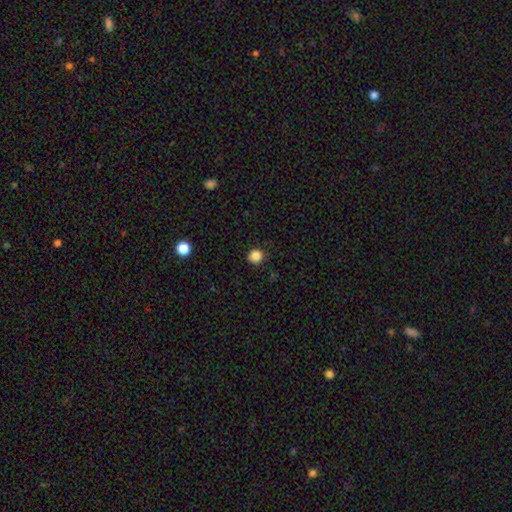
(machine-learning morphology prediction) Smooth or featured: smooth — 85% (star or artifact — 12%)
How rounded: round — 92% (in between — 7%)
Merging: none — 91% (minor disturbance — 6%)